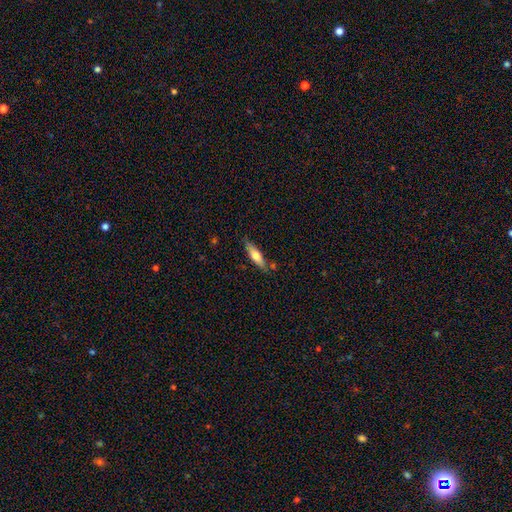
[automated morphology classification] Overall: smooth (63%; featured or disk 31%). How rounded: cigar-shaped (68%; in between 31%). Merging: none (77%).